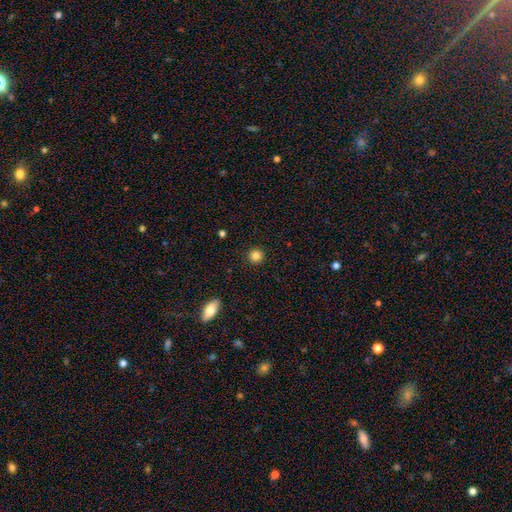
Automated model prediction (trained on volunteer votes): A smooth galaxy with no disk features (84%) that is round (94%). Merging: none (93%).